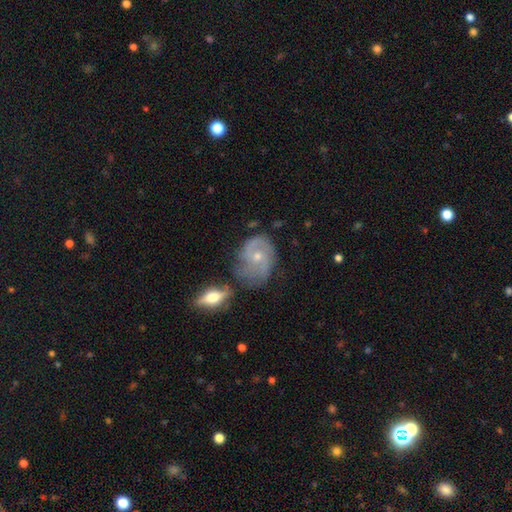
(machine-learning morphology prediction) Smooth or featured? featured or disk (76%)
Edge-on disk? no (96%)
Bar? no (70%)
Spiral arms? yes (90%)
Spiral winding? medium (43%)
Spiral arm count? 2 (52%)
Bulge size? small (60%)
Merging? none (54%)